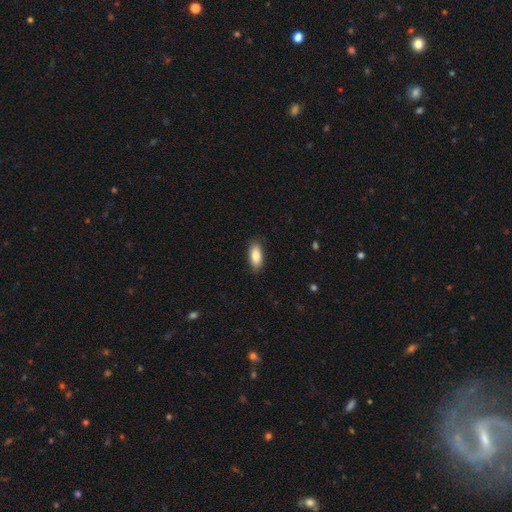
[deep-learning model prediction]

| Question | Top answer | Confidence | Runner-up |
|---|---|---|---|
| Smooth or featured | smooth | 84% | featured or disk (9%) |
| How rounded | in between | 85% | cigar-shaped (13%) |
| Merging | none | 86% | minor disturbance (11%) |